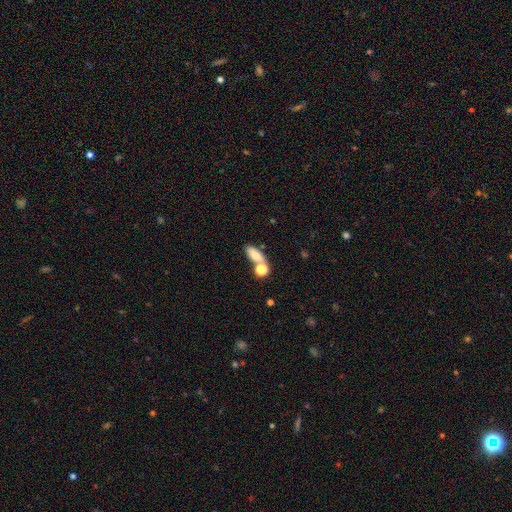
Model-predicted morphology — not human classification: type=smooth (76%); roundness=in between (73%); merging=none (50%).